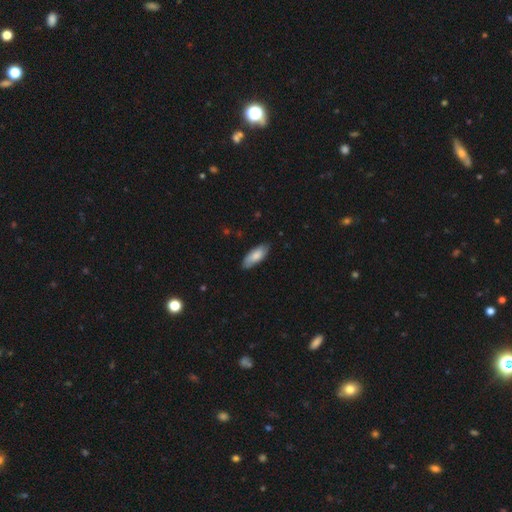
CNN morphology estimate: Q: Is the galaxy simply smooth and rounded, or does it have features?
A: smooth — 78%.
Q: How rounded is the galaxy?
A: in between — 76%.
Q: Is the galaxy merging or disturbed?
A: none — 82%.